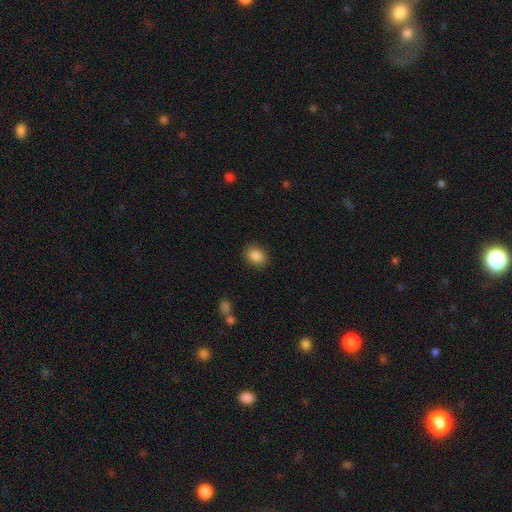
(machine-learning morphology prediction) type=smooth (87%); roundness=in between (64%); merging=none (88%).